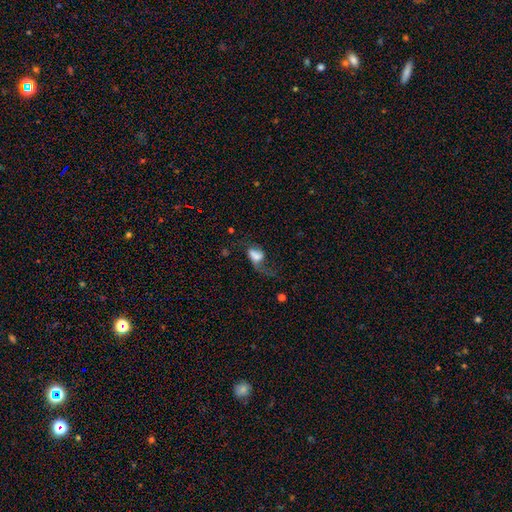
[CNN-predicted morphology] smooth_or_featured: featured or disk (p=0.47) [alt: smooth p=0.43]
merging: major disturbance (p=0.48) [alt: none p=0.28]